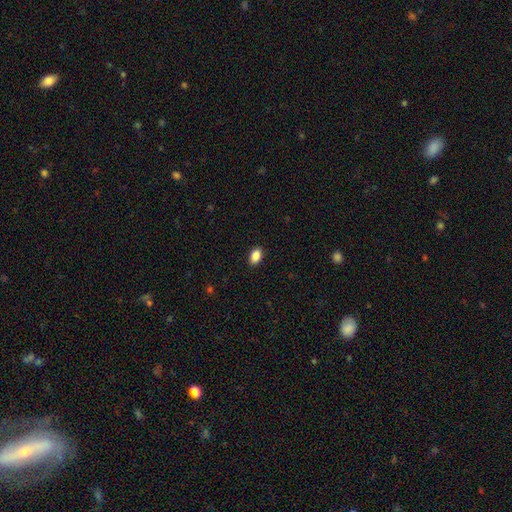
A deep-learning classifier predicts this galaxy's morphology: smooth-or-featured: smooth: 89% | star or artifact: 8% | featured or disk: 3%
  how-rounded: in between: 89% | round: 10% | cigar-shaped: 2%
  merging: none: 89% | minor disturbance: 8% | major disturbance: 2% | merger: 1%